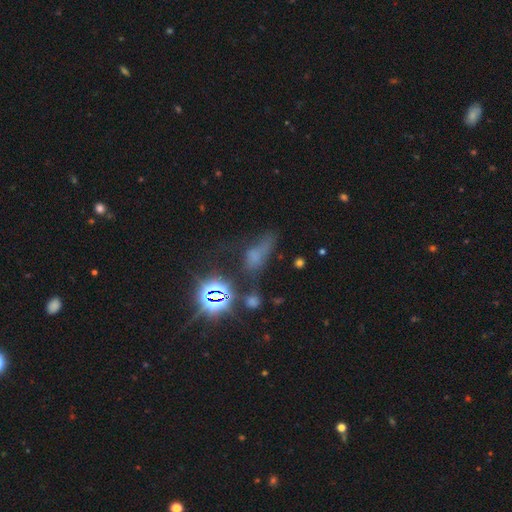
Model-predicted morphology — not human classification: The model was most divided on "merging": none: 34%, major disturbance: 29%, minor disturbance: 23%, merger: 14%. Remaining: smooth or featured — smooth (44%).